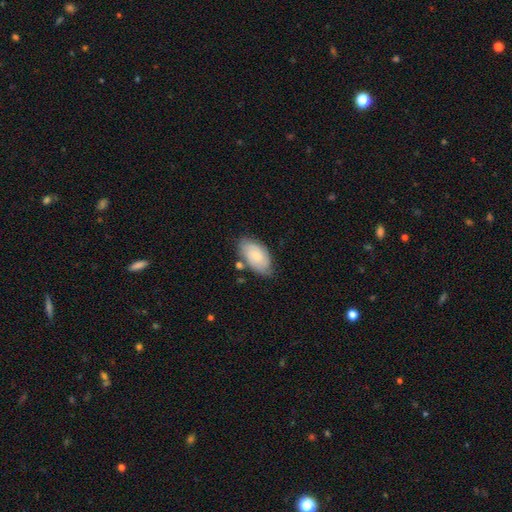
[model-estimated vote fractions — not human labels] smooth-or-featured: smooth: 57% | featured or disk: 36% | star or artifact: 7%
  how-rounded: in between: 93% | round: 4% | cigar-shaped: 2%
  merging: none: 64% | minor disturbance: 24% | merger: 6% | major disturbance: 6%